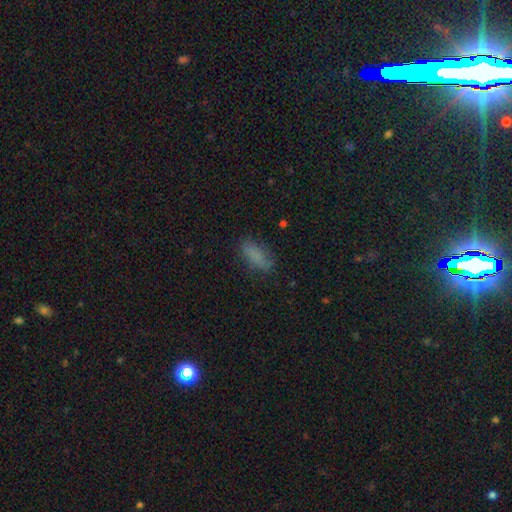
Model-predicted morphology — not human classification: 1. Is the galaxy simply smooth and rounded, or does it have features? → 79% smooth, 11% star or artifact, 10% featured or disk.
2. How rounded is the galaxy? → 71% in between, 26% cigar-shaped, 3% round.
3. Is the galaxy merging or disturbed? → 73% none, 19% minor disturbance, 6% major disturbance, 2% merger.